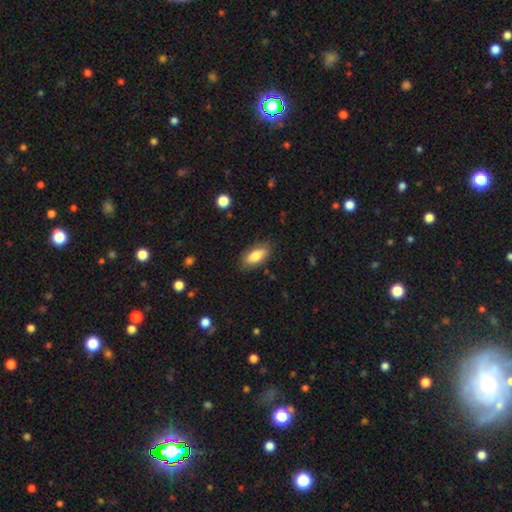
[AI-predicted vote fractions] Overall: smooth (80%). How rounded: in between (85%). Merging: none (84%).